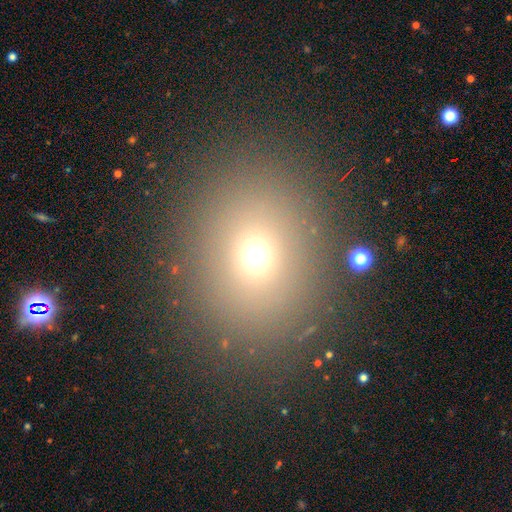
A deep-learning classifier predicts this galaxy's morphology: The model was most divided on "how rounded": round: 63%, in between: 36%, cigar-shaped: 1%. More confident: merging — none (87%); smooth or featured — smooth (69%).